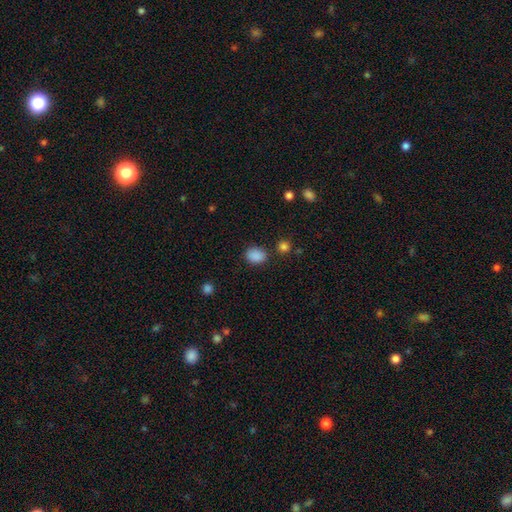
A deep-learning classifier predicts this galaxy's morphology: This is clearly a smooth galaxy (87%). How rounded: possibly in between (60%). Merging: likely none (79%).